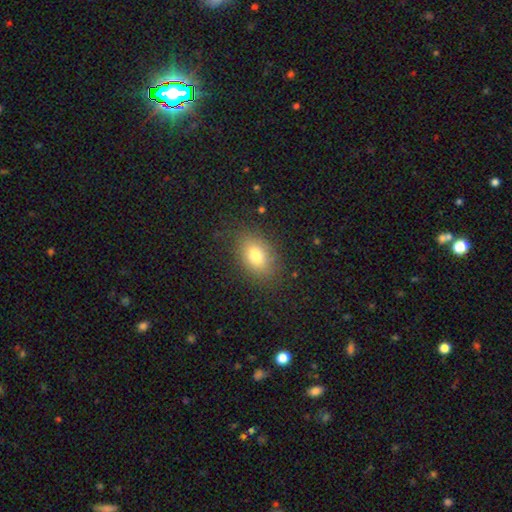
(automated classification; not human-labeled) The model was most divided on "how rounded": in between: 81%, round: 18%, cigar-shaped: 2%. More confident: merging — none (82%); smooth or featured — smooth (77%).